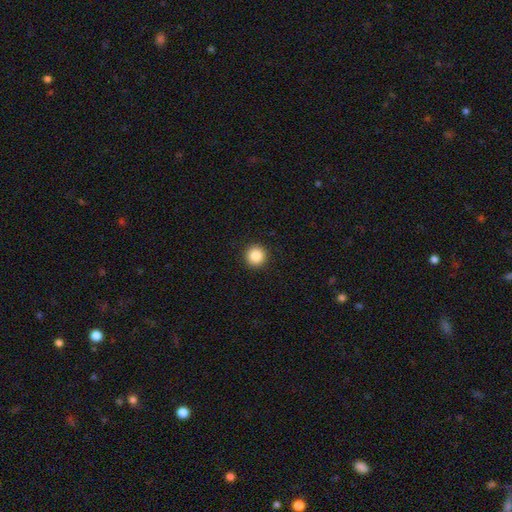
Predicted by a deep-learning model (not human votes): The model was most divided on "smooth or featured": smooth: 87%, star or artifact: 9%, featured or disk: 4%. More confident: how rounded — round (96%); merging — none (93%).